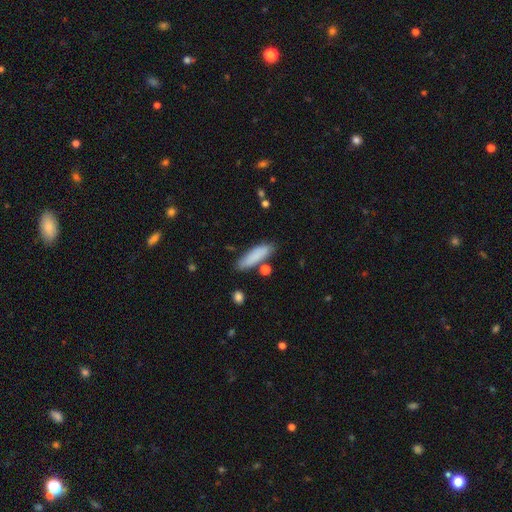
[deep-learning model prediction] This appears to be a smooth galaxy with no disk features (85%) that is cigar-shaped (61%). Merging: none (80%).